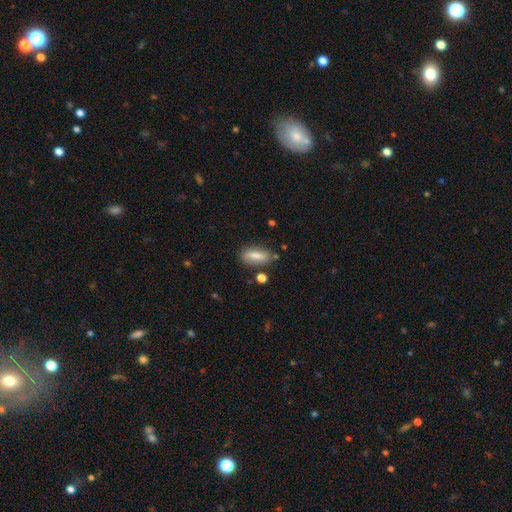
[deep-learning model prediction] Morphology: type=smooth (75%); roundness=in between (77%); merging=none (76%).